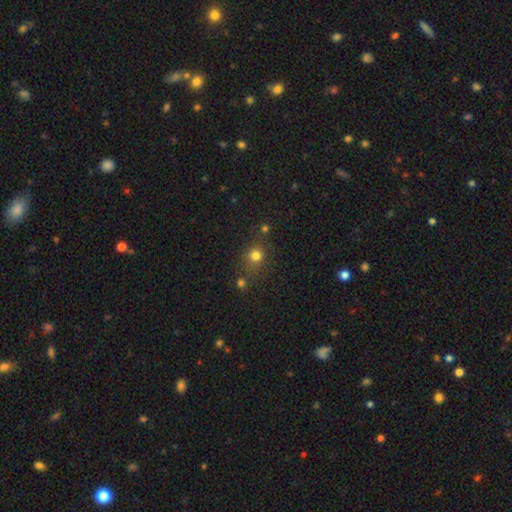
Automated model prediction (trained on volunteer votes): Smooth or featured? smooth (75%)
How rounded? round (84%)
Merging? none (71%)